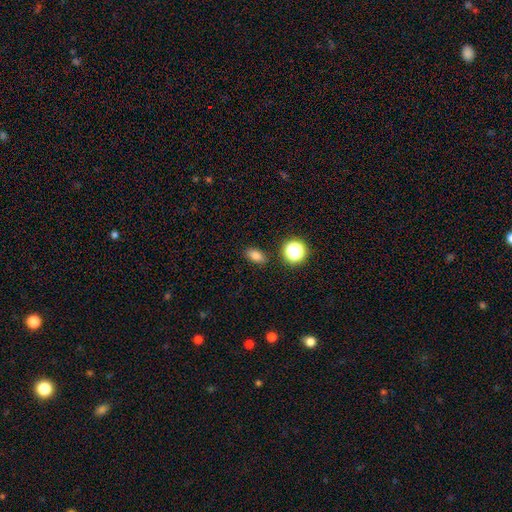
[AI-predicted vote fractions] smooth 80%, star or artifact 14%, featured or disk 7%. Down the decision tree: how rounded — in between (81%); merging — none (87%).